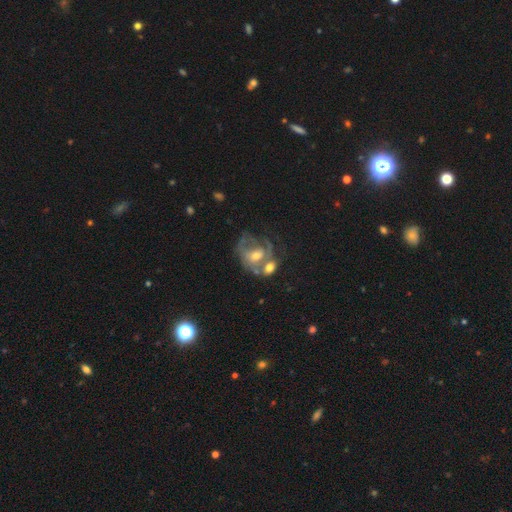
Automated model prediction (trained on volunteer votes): The model was most divided on "spiral arms": yes: 60%, no: 40%. Remaining: edge-on disk — no (97%); smooth or featured — featured or disk (65%); bar — no (60%); bulge size — moderate (56%); merging — merger (46%).